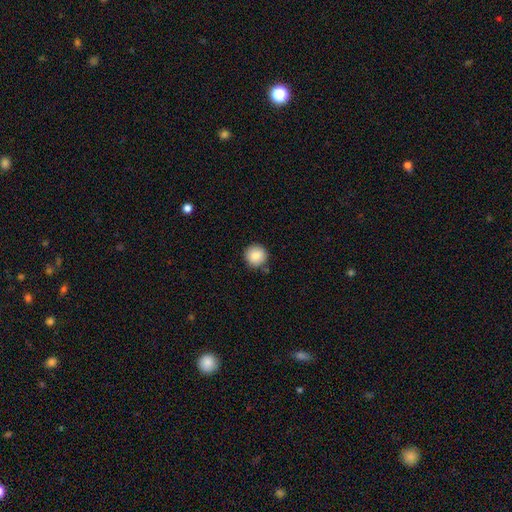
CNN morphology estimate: Overall: smooth (86%). How rounded: round (95%). Merging: none (86%).